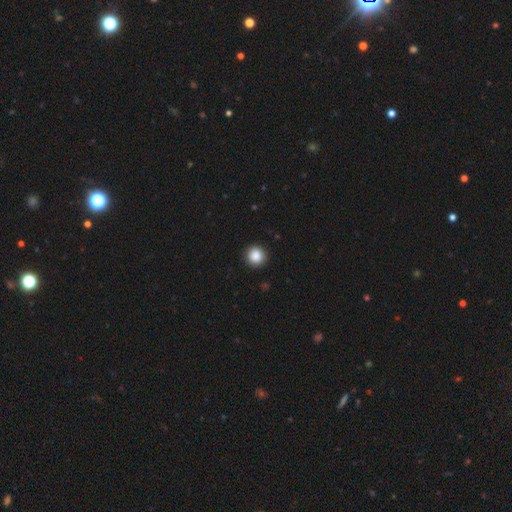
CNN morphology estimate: Smooth or featured: smooth — 87% (star or artifact — 9%)
How rounded: round — 93% (in between — 6%)
Merging: none — 92% (minor disturbance — 6%)